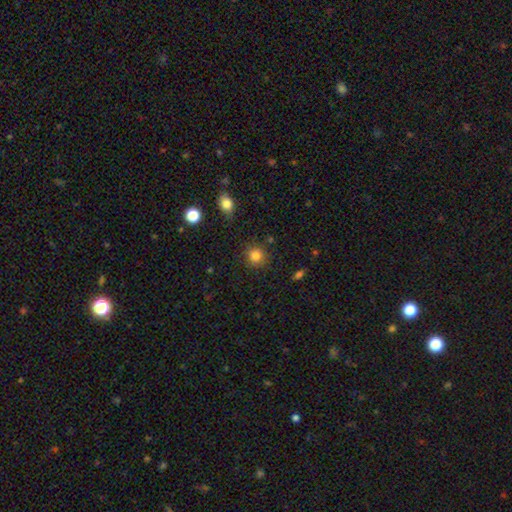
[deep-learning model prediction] A smooth galaxy with no disk features (84%) that is round (89%).

Vote fractions:
- Smooth or featured? smooth: 84% / star or artifact: 11% / featured or disk: 5%
- How rounded? round: 89% / in between: 10% / cigar-shaped: 1%
- Merging? none: 85% / minor disturbance: 10% / major disturbance: 3% / merger: 2%